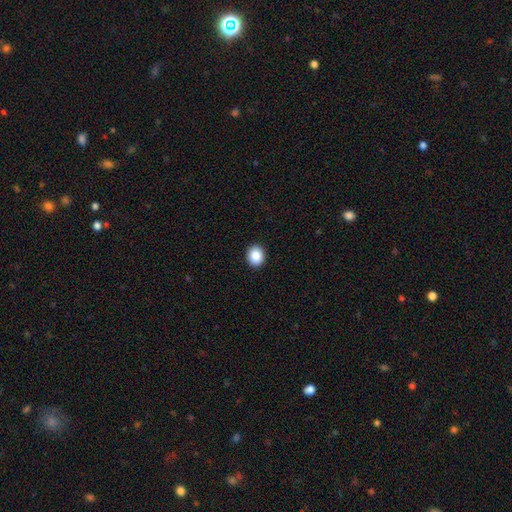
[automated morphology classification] This is clearly a smooth galaxy (87%). How rounded: likely round (66%). Merging: clearly none (93%).